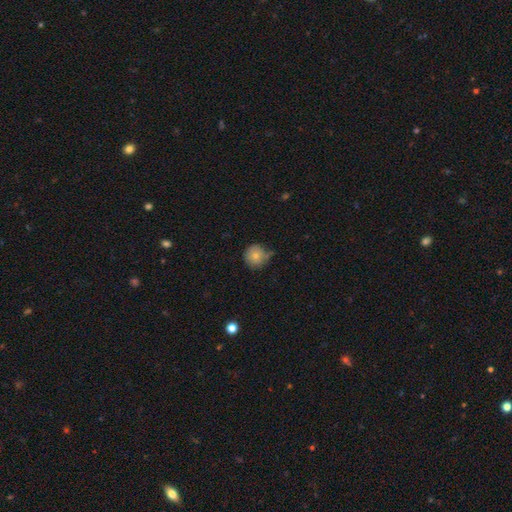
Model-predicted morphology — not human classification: Q: Smooth or featured?
A: smooth (78%); runner-up: featured or disk (12%)
Q: How rounded?
A: round (92%); runner-up: in between (7%)
Q: Merging?
A: none (61%); runner-up: minor disturbance (29%)